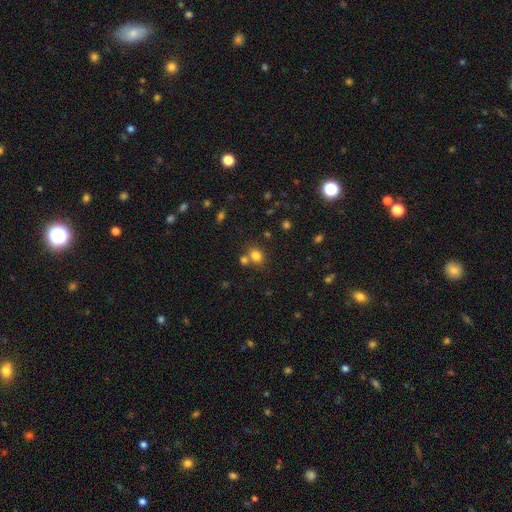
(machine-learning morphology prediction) Overall: smooth (79%). How rounded: in between (53%; round 46%). Merging: none (60%; merger 25%).